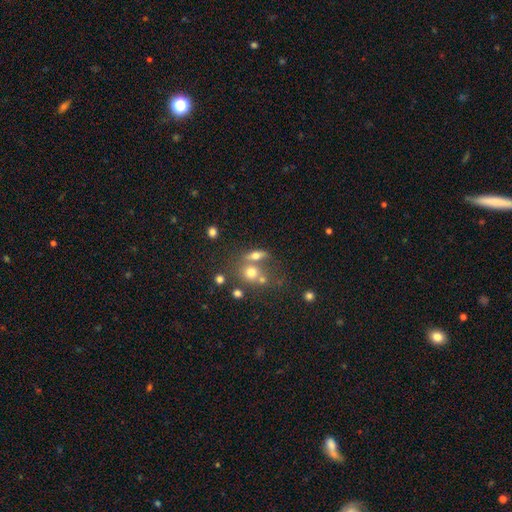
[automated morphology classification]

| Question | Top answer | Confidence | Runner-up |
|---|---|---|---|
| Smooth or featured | smooth | 66% | featured or disk (21%) |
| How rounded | in between | 57% | round (33%) |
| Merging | none | 43% | merger (38%) |